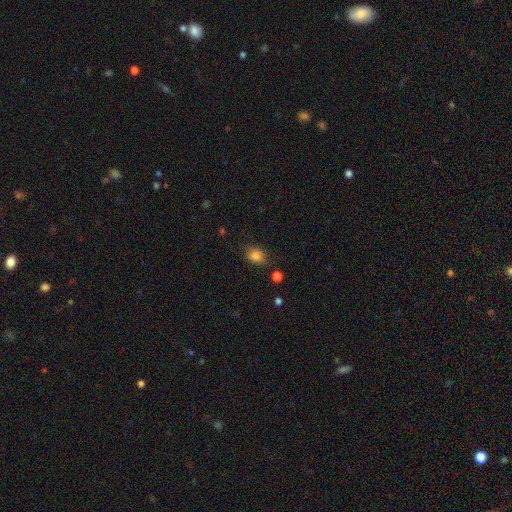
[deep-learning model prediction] Smooth or featured?
  - smooth: 83% *
  - star or artifact: 11%
  - featured or disk: 6%
How rounded?
  - in between: 56% *
  - round: 42%
  - cigar-shaped: 1%
Merging?
  - none: 79% *
  - minor disturbance: 15%
  - major disturbance: 4%
  - merger: 2%